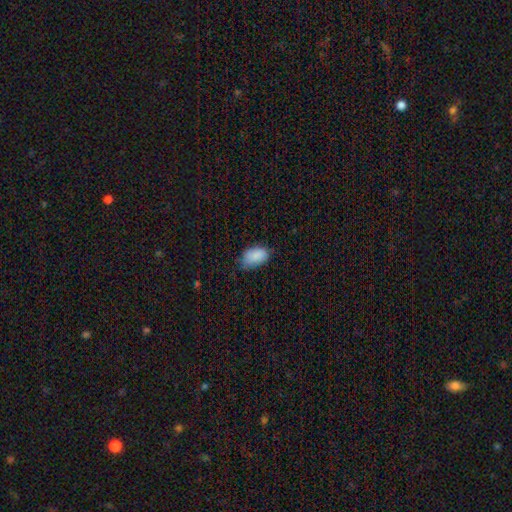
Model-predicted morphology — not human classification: A smooth galaxy with no disk features (87%) that is in between round and cigar-shaped (93%). Merging: none (61%).